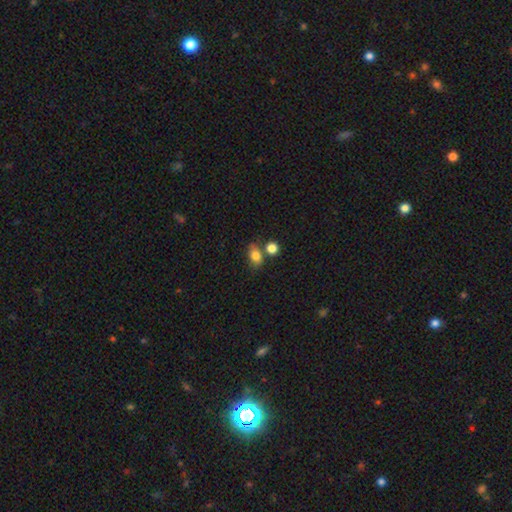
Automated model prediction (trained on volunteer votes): This appears to be a smooth galaxy with no disk features (81%) that is in between round and cigar-shaped (74%). Merging: none (56%).